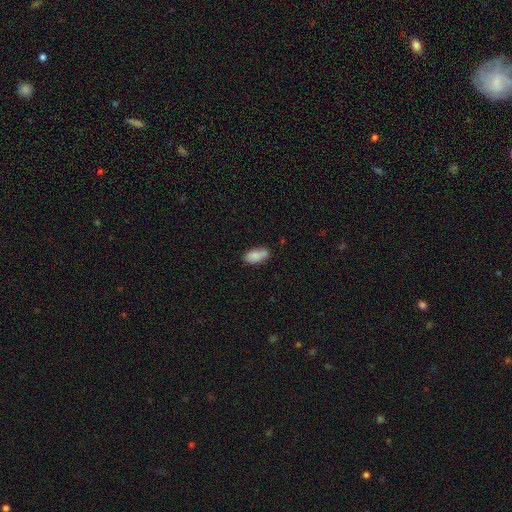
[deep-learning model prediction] A smooth galaxy with no disk features (79%) that is in between round and cigar-shaped (89%). Merging: none (59%).